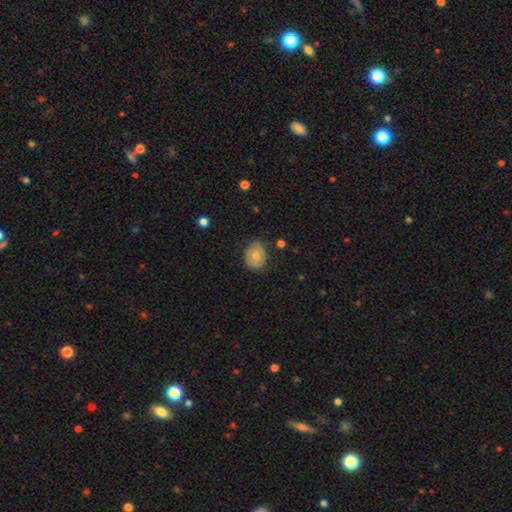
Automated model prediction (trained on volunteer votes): Smooth or featured?
  - smooth: 56% *
  - featured or disk: 36%
  - star or artifact: 9%
How rounded?
  - round: 61% *
  - in between: 38%
  - cigar-shaped: 1%
Merging?
  - none: 77% *
  - minor disturbance: 18%
  - major disturbance: 4%
  - merger: 1%